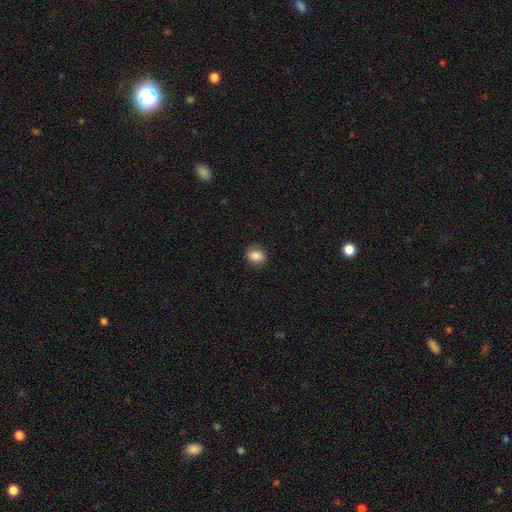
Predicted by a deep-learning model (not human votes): A smooth galaxy with no disk features (86%) that is round (61%). Merging: none (88%).